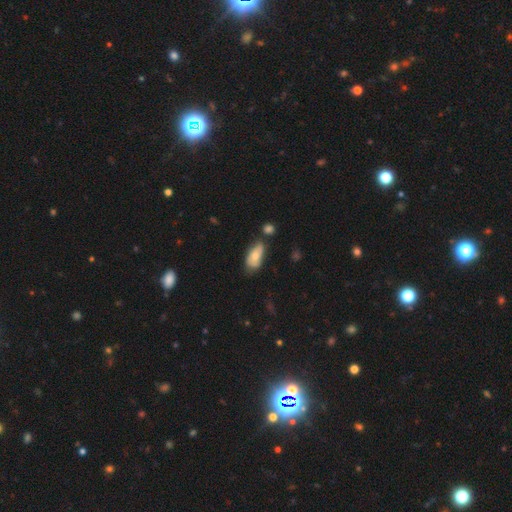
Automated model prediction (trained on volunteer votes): smooth-or-featured: smooth: 66% | featured or disk: 27% | star or artifact: 7%
  how-rounded: in between: 90% | cigar-shaped: 7% | round: 3%
  merging: none: 53% | minor disturbance: 30% | merger: 9% | major disturbance: 8%